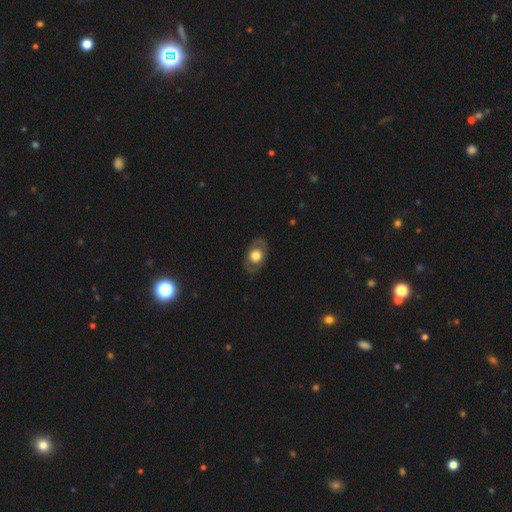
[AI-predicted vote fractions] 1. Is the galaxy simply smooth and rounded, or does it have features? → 52% smooth, 42% featured or disk, 7% star or artifact.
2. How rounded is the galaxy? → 71% in between, 28% round, 1% cigar-shaped.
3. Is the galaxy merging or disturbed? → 81% none, 13% minor disturbance, 5% major disturbance, 1% merger.